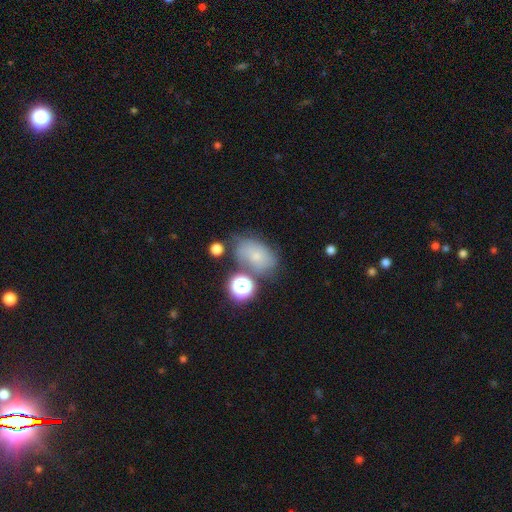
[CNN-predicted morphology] A smooth galaxy with no disk features (57%) that is in between round and cigar-shaped (78%). Merging: none (54%).